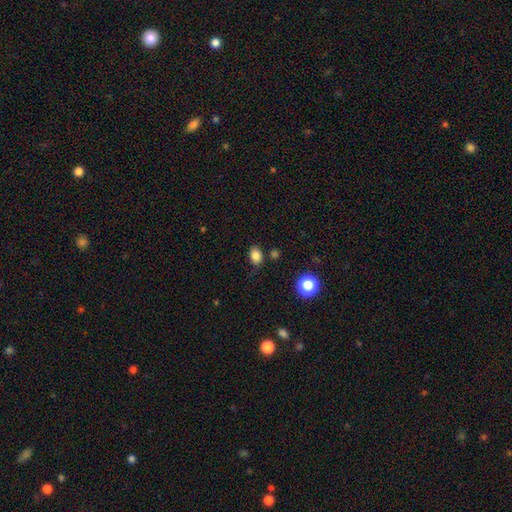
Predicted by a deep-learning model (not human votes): Overall: smooth (83%). How rounded: in between (64%; round 35%). Merging: none (77%).